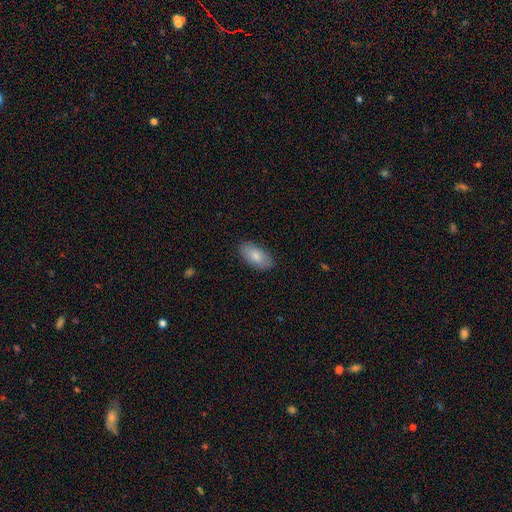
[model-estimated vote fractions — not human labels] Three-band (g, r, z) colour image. It shows a smooth galaxy with no disk features (82%) that is in between round and cigar-shaped (93%). Merging: none (86%).